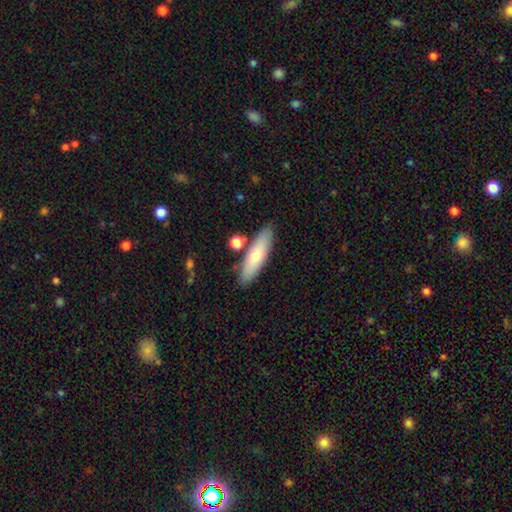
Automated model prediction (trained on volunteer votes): Overall: smooth (71%). How rounded: cigar-shaped (61%; in between 37%). Merging: none (82%).